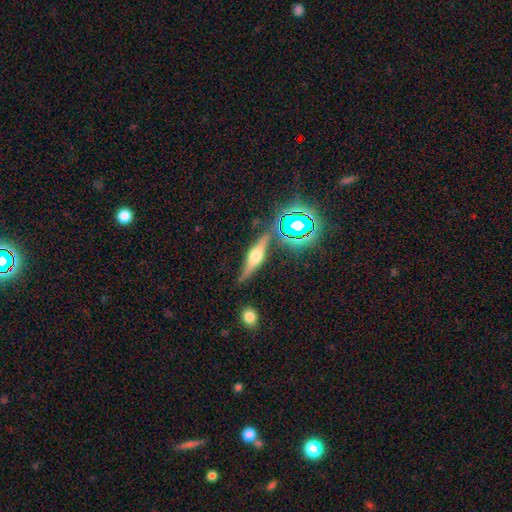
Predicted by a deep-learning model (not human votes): The model was most divided on "smooth or featured": featured or disk: 68%, smooth: 21%, star or artifact: 11%. More confident: edge-on disk — yes (94%); edge-on bulge — rounded (92%); merging — none (81%).